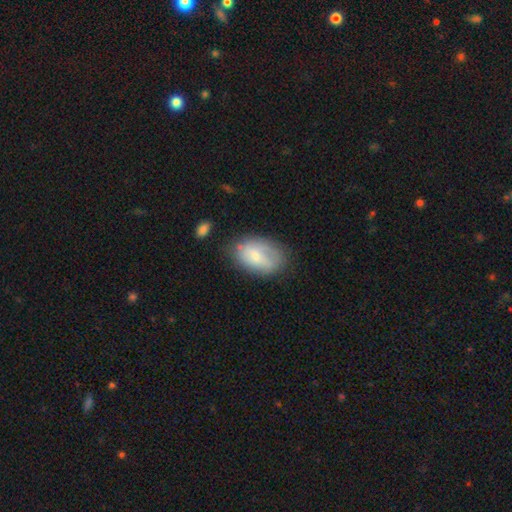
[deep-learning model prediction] This is likely a smooth galaxy (62%). How rounded: clearly in between (88%). Merging: possibly none (59%).